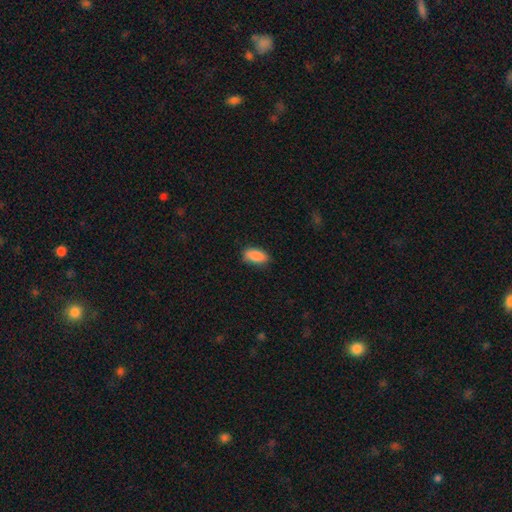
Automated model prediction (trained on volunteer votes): Smooth or featured?
  - smooth: 89% *
  - star or artifact: 7%
  - featured or disk: 4%
How rounded?
  - in between: 90% *
  - cigar-shaped: 7%
  - round: 3%
Merging?
  - none: 82% *
  - minor disturbance: 15%
  - major disturbance: 3%
  - merger: 1%